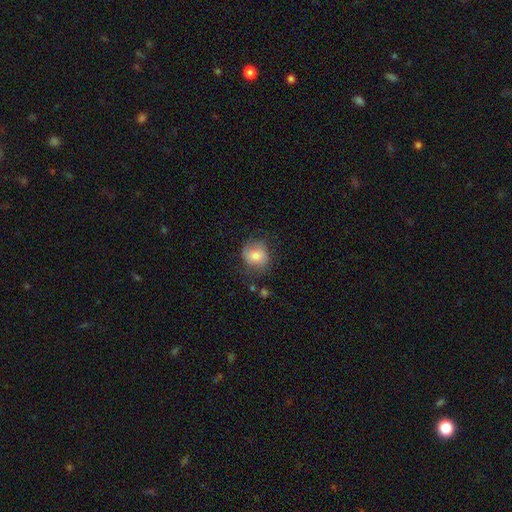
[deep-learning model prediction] Morphology: type=smooth (73%); roundness=round (75%); merging=none (68%).